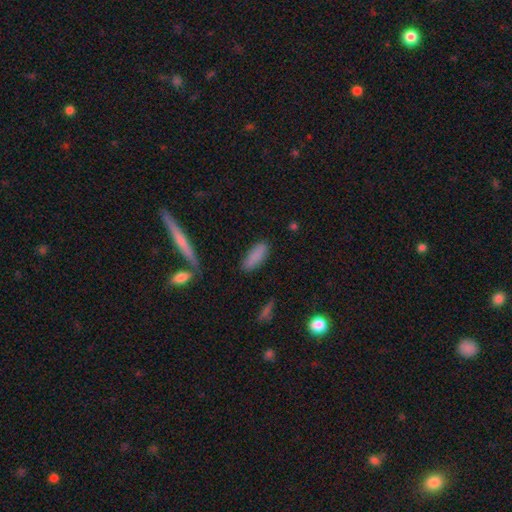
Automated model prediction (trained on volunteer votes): Morphology: type=smooth (86%); roundness=in between (61%); merging=none (81%).